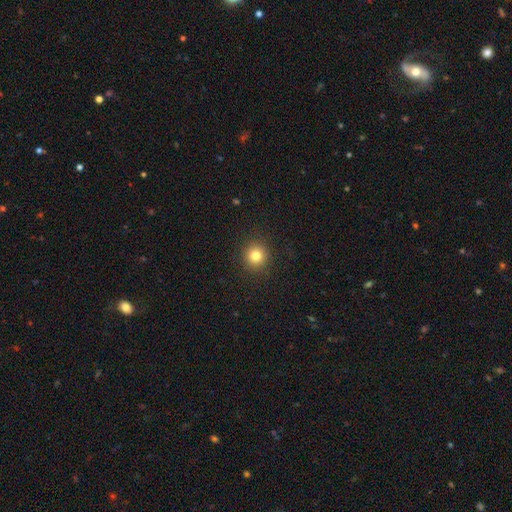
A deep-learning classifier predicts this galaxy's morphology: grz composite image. It shows a smooth galaxy with no disk features (81%) that is round (93%). Merging: none (92%).